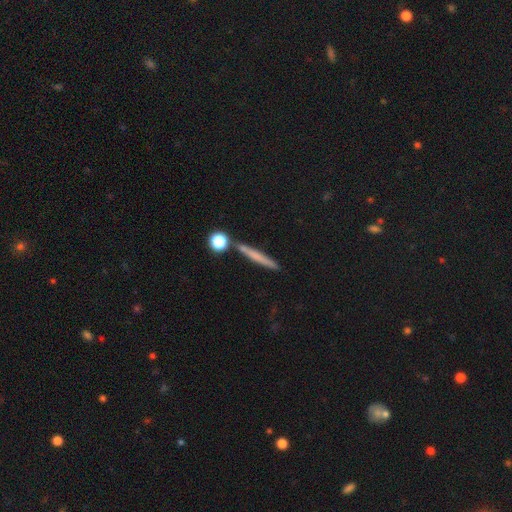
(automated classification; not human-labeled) Smooth or featured? Predicted: smooth (p=0.60). How rounded? Predicted: cigar-shaped (p=0.90). Merging? Predicted: none (p=0.80).